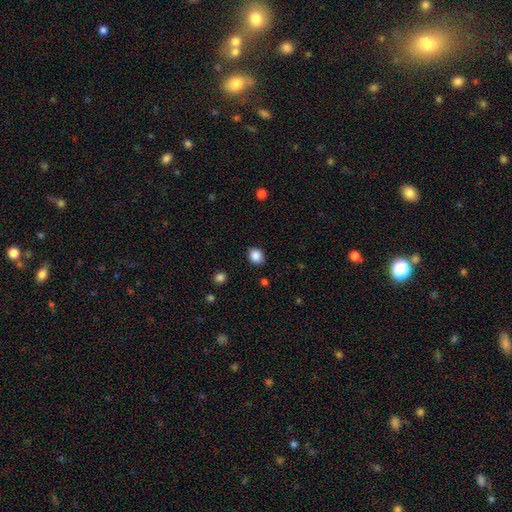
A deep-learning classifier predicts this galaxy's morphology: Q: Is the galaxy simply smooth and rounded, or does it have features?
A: smooth — 87%.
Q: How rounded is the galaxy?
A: round — 60%.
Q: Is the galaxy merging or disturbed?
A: none — 86%.